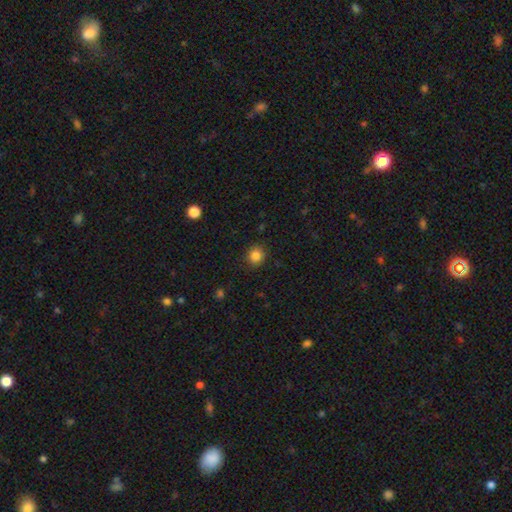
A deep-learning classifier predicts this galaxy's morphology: smooth_or_featured: smooth (p=0.84) [alt: star or artifact p=0.11]
how_rounded: round (p=0.86) [alt: in between p=0.13]
merging: none (p=0.90) [alt: minor disturbance p=0.07]